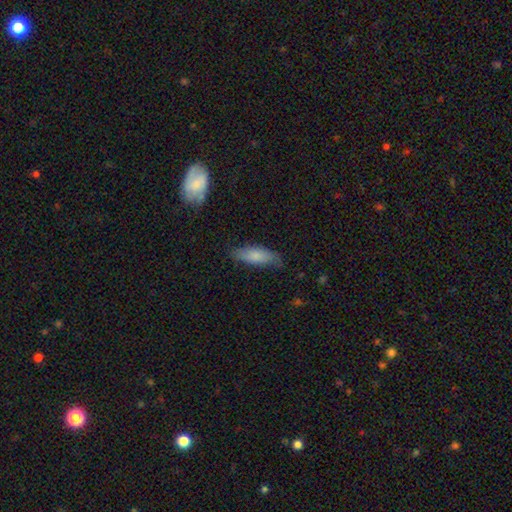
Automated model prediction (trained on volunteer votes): Overall: smooth (77%). How rounded: in between (57%; cigar-shaped 42%). Merging: none (74%).